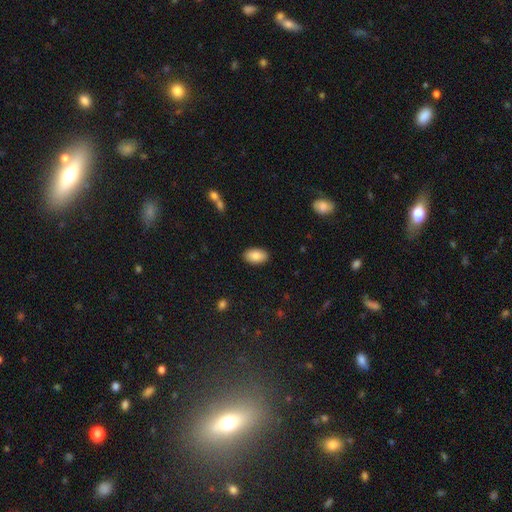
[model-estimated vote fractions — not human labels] A smooth galaxy with no disk features (85%) that is in between round and cigar-shaped (94%). Merging: none (89%).